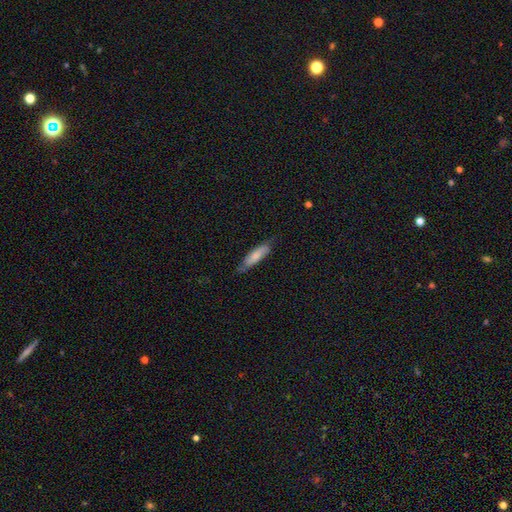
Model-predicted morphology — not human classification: A smooth galaxy with no disk features (72%) that is cigar-shaped (64%). Merging: none (70%).